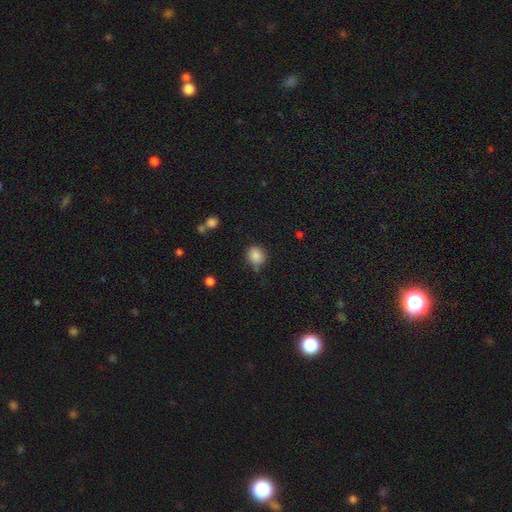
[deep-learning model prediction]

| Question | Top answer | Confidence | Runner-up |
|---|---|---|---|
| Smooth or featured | smooth | 85% | star or artifact (10%) |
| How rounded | round | 78% | in between (21%) |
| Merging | none | 71% | minor disturbance (20%) |